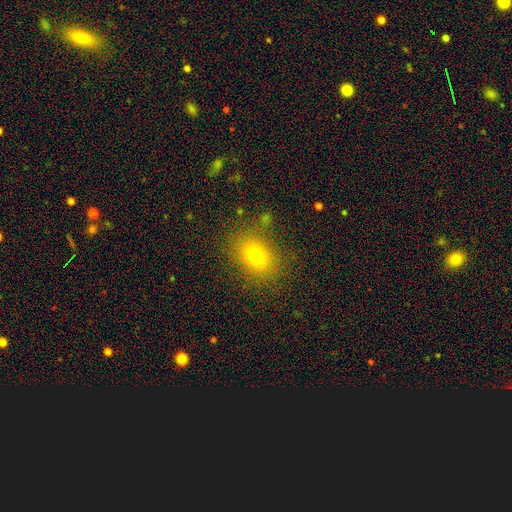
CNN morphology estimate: type=smooth (73%); roundness=in between (67%); merging=none (82%).